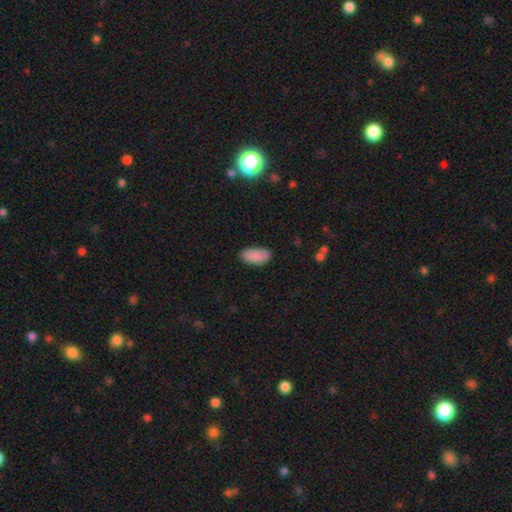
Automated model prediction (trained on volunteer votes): Q: Smooth or featured?
A: smooth (88%); runner-up: star or artifact (7%)
Q: How rounded?
A: in between (93%); runner-up: cigar-shaped (5%)
Q: Merging?
A: none (80%); runner-up: minor disturbance (15%)